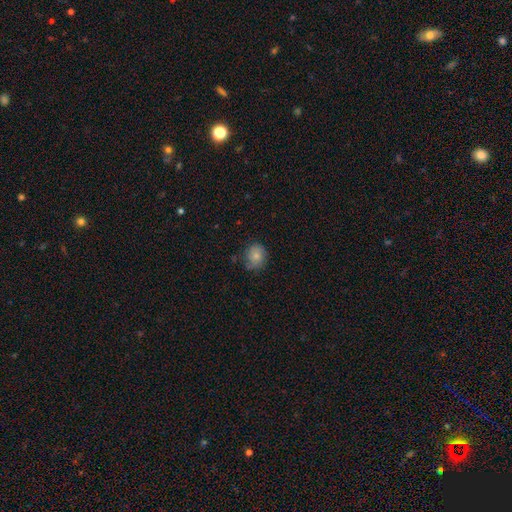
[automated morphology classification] This is likely a smooth galaxy (76%). How rounded: likely round (68%). Merging: likely none (67%).